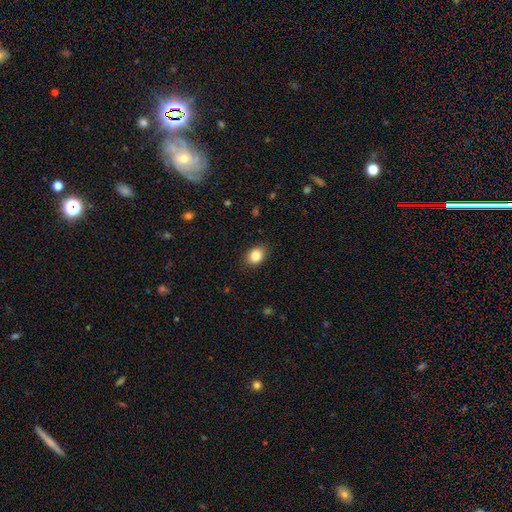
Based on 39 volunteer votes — smooth 87%, star or artifact 8%, featured or disk 5%. Down the decision tree: how rounded — in between (62%); merging — none (83%).